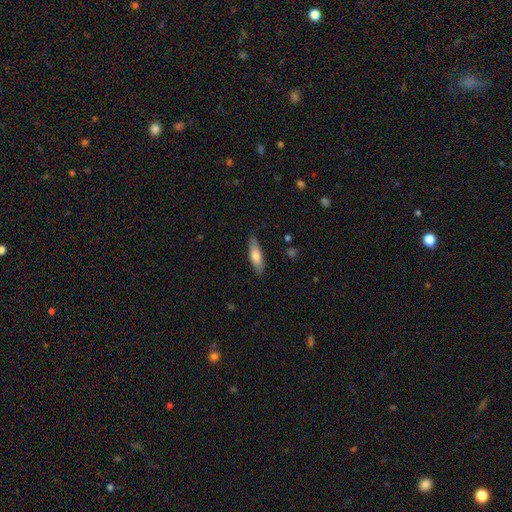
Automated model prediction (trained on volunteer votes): Smooth or featured? Predicted: smooth (p=0.72). How rounded? Predicted: cigar-shaped (p=0.56). Merging? Predicted: none (p=0.85).